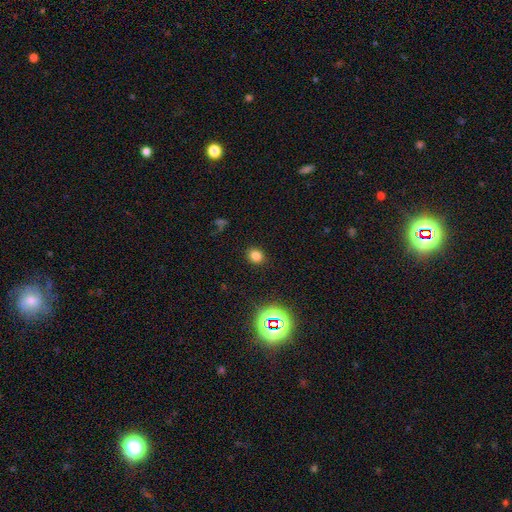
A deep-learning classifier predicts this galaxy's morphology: This appears to be a smooth galaxy with no disk features (77%) that is round (72%). Merging: none (89%).